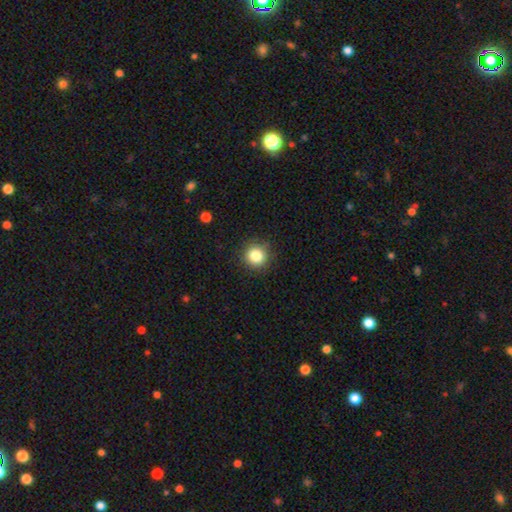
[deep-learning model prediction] Q: Smooth or featured?
A: smooth (83%); runner-up: star or artifact (11%)
Q: How rounded?
A: round (93%); runner-up: in between (6%)
Q: Merging?
A: none (89%); runner-up: minor disturbance (7%)